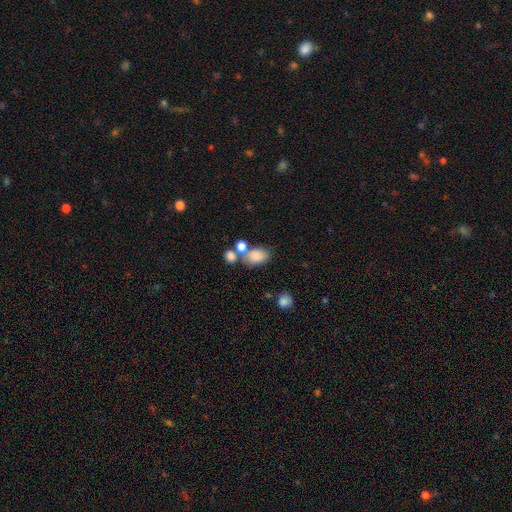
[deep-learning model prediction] Smooth or featured? Predicted: smooth (p=0.81). How rounded? Predicted: in between (p=0.82). Merging? Predicted: none (p=0.45).